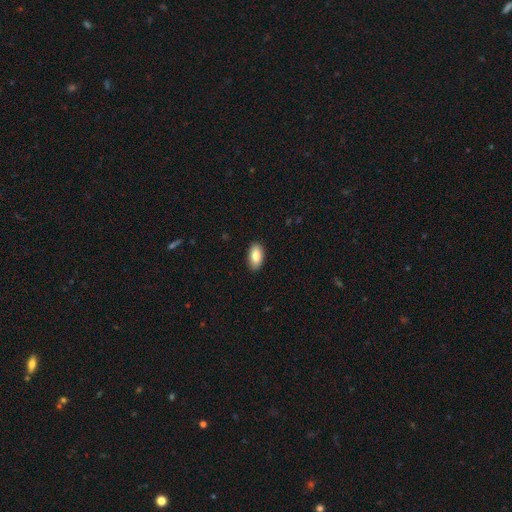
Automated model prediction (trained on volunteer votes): Smooth or featured? smooth (84%)
How rounded? in between (93%)
Merging? none (89%)